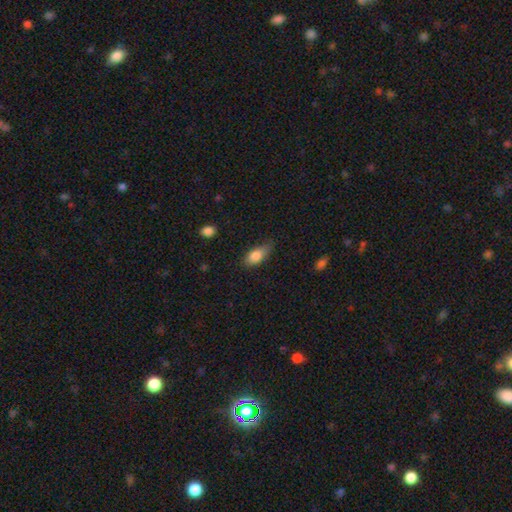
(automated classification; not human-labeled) Smooth or featured? Predicted: smooth (p=0.81). How rounded? Predicted: in between (p=0.84). Merging? Predicted: none (p=0.63).